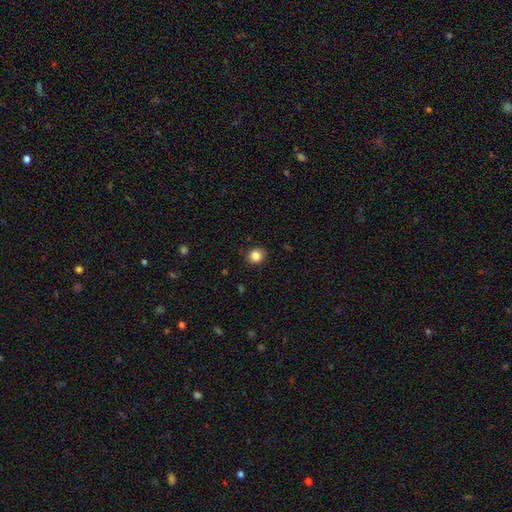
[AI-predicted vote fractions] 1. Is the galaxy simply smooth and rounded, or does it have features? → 85% smooth, 10% star or artifact, 5% featured or disk.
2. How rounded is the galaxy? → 74% round, 25% in between, 1% cigar-shaped.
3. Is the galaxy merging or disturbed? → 89% none, 8% minor disturbance, 2% major disturbance, 1% merger.